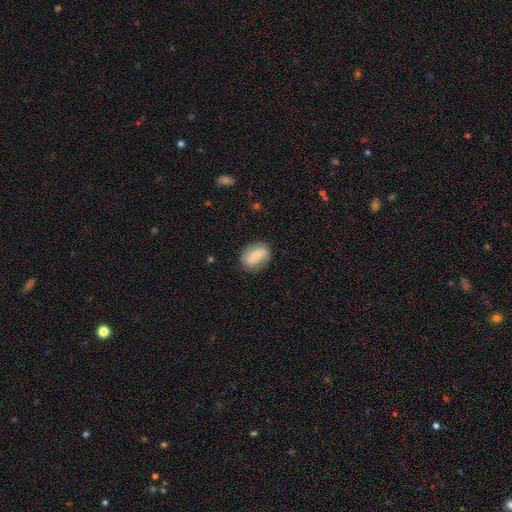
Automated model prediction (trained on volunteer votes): Smooth or featured? Predicted: smooth (p=0.48). Merging? Predicted: none (p=0.81).